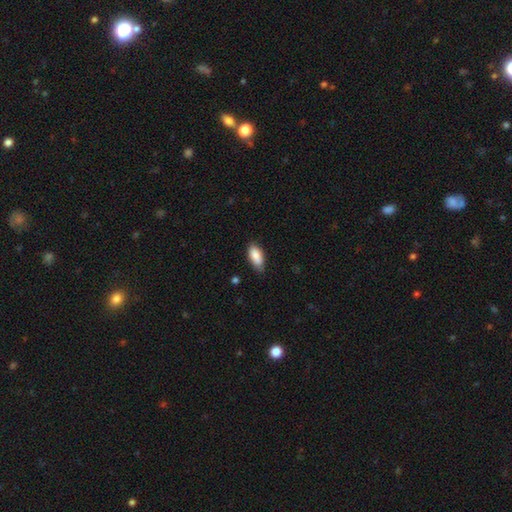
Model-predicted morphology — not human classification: The model was most divided on "merging": none: 71%, minor disturbance: 25%, major disturbance: 3%, merger: 1%. More confident: how rounded — in between (89%); smooth or featured — smooth (86%).